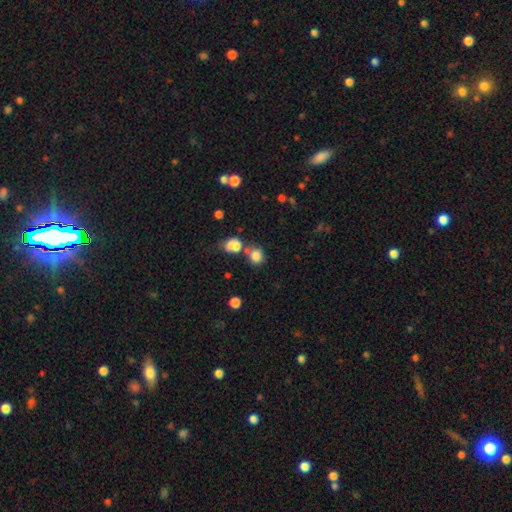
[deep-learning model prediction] smooth_or_featured: smooth (p=0.82) [alt: star or artifact p=0.11]
how_rounded: round (p=0.77) [alt: in between p=0.21]
merging: none (p=0.54) [alt: merger p=0.31]